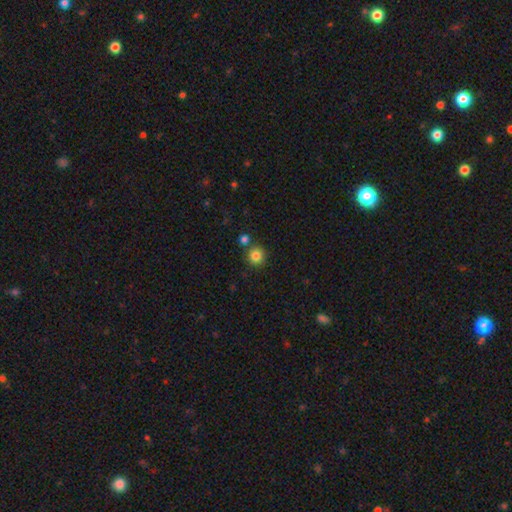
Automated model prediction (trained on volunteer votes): Smooth or featured?
  - smooth: 84% *
  - star or artifact: 11%
  - featured or disk: 5%
How rounded?
  - round: 93% *
  - in between: 6%
  - cigar-shaped: 1%
Merging?
  - none: 79% *
  - merger: 11%
  - minor disturbance: 7%
  - major disturbance: 2%